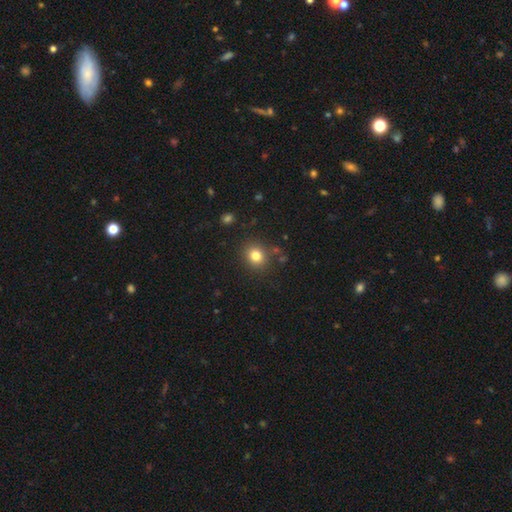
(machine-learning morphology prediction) Q: Smooth or featured?
A: smooth (79%); runner-up: star or artifact (13%)
Q: How rounded?
A: round (76%); runner-up: in between (23%)
Q: Merging?
A: none (86%); runner-up: minor disturbance (8%)